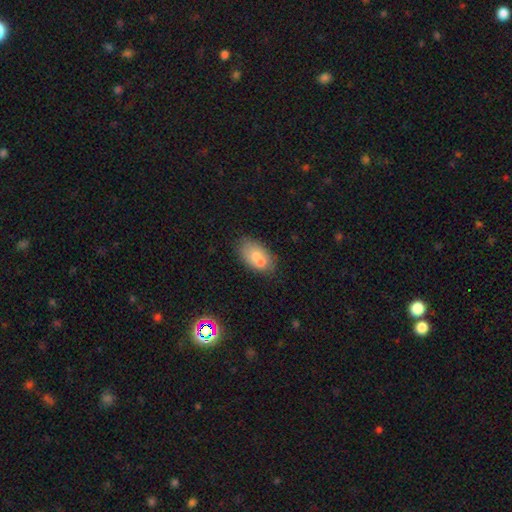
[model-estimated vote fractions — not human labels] This appears to be a smooth galaxy with no disk features (64%) that is in between round and cigar-shaped (85%). Merging: none (43%).